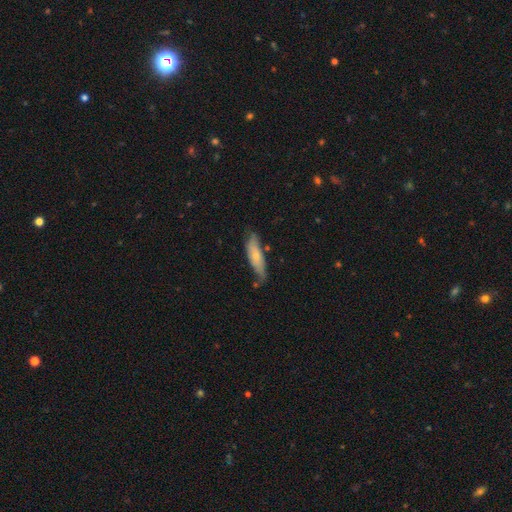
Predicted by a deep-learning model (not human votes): A smooth galaxy with no disk features (60%) that is cigar-shaped (55%).

Vote fractions:
- Smooth or featured? smooth: 60% / featured or disk: 35% / star or artifact: 6%
- How rounded? cigar-shaped: 55% / in between: 43% / round: 2%
- Merging? none: 59% / minor disturbance: 30% / major disturbance: 7% / merger: 5%